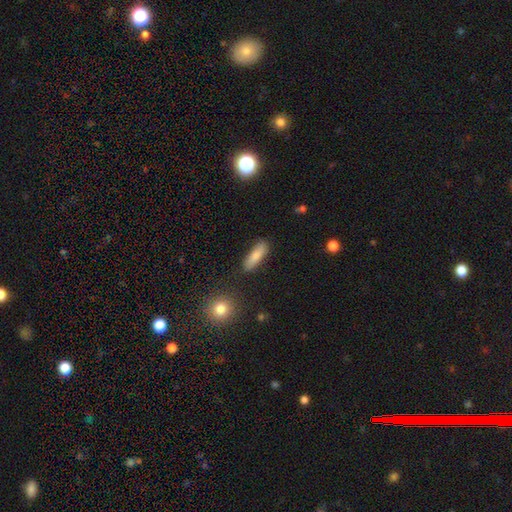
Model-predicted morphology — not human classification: This appears to be a smooth galaxy with no disk features (81%) that is cigar-shaped (52%). Merging: none (83%).